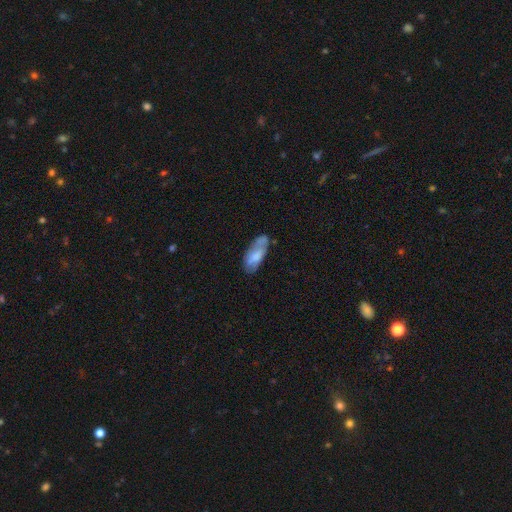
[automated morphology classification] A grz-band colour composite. It shows a smooth galaxy with no disk features (63%) that is in between round and cigar-shaped (79%). Merging: none (52%).